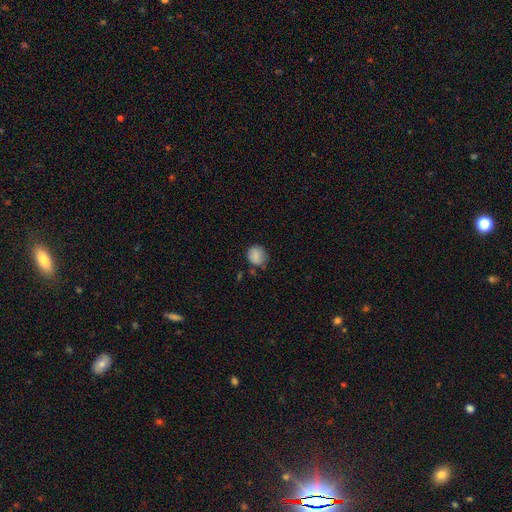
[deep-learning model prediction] Overall: smooth (85%). How rounded: round (84%). Merging: none (72%).